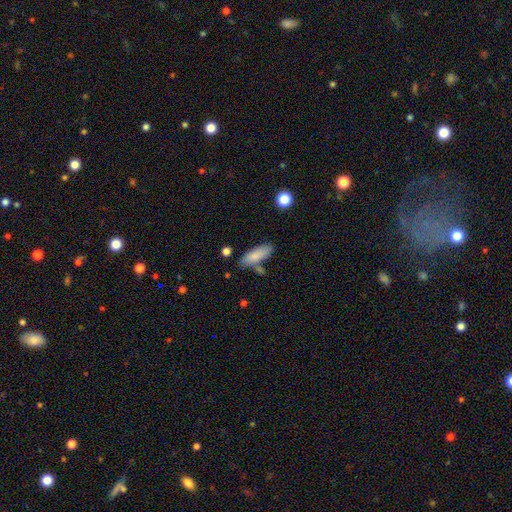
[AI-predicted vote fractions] The model was most divided on "how rounded": in between: 68%, cigar-shaped: 30%, round: 2%. More confident: smooth or featured — smooth (82%); merging — none (69%).